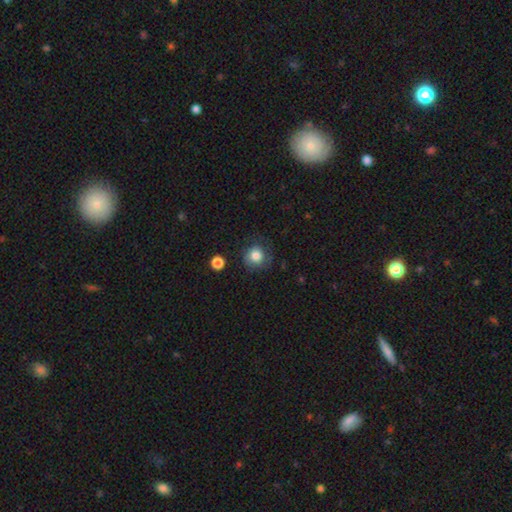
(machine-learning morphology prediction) Smooth or featured: smooth — 82% (star or artifact — 10%)
How rounded: round — 87% (in between — 12%)
Merging: none — 73% (minor disturbance — 17%)